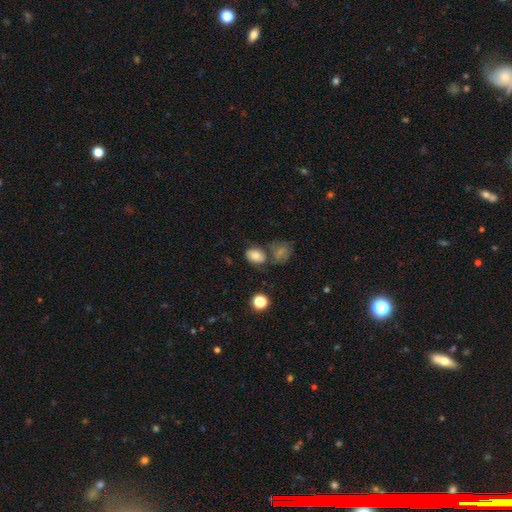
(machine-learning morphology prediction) This is likely a smooth galaxy (78%). How rounded: likely in between (72%). Merging: possibly none (54%).